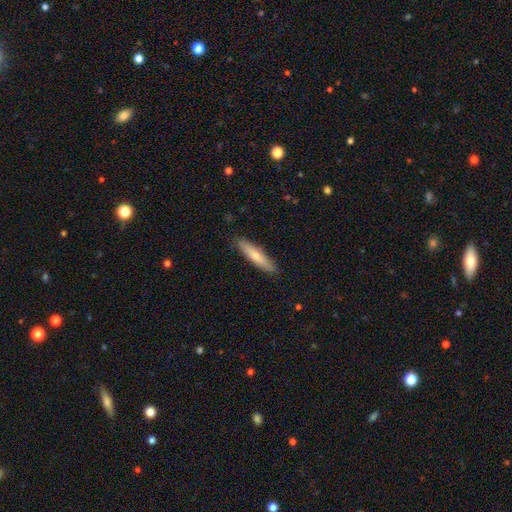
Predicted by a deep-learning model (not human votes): The model was most divided on "smooth or featured": smooth: 73%, featured or disk: 21%, star or artifact: 5%. More confident: merging — none (88%); how rounded — cigar-shaped (83%).